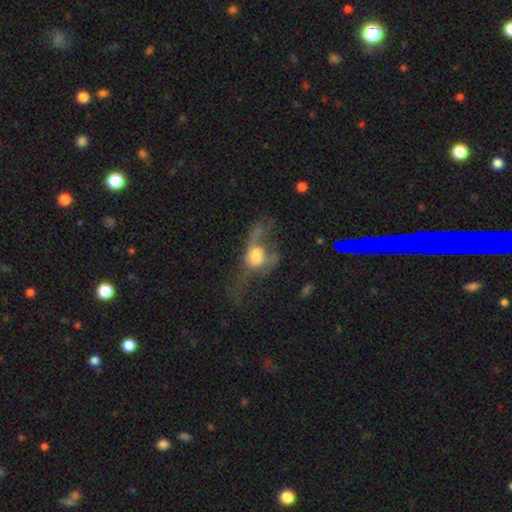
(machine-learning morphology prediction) This is possibly a featured or disk galaxy (51%). It is clearly not viewed edge-on (87%). Merging: likely major disturbance (61%).